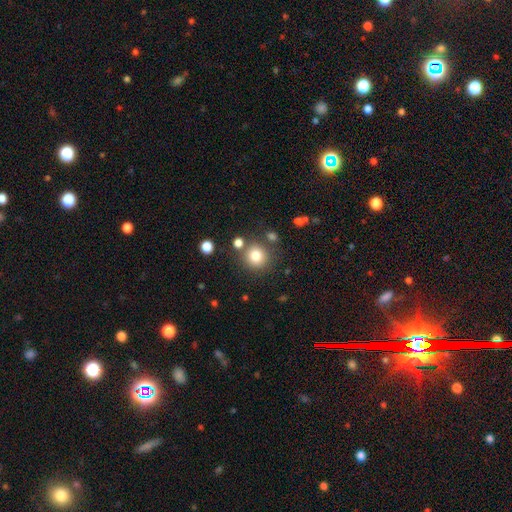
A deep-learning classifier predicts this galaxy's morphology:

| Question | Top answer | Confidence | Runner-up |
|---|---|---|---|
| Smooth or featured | smooth | 80% | star or artifact (12%) |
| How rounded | round | 91% | in between (8%) |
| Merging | none | 79% | minor disturbance (9%) |